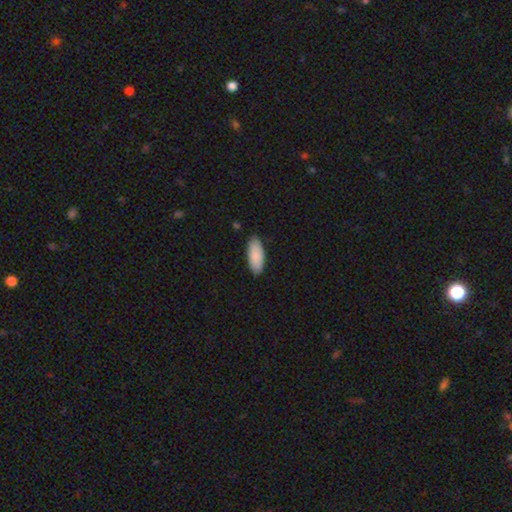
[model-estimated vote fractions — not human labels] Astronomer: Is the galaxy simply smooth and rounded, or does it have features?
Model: smooth — 88%.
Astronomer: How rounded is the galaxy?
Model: in between — 85%.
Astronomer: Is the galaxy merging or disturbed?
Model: none — 85%.